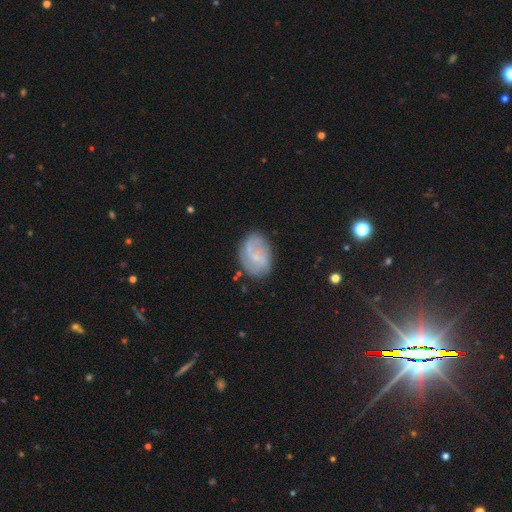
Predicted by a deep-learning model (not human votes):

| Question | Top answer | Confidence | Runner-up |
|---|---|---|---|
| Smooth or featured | featured or disk | 47% | smooth (45%) |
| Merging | none | 69% | minor disturbance (21%) |